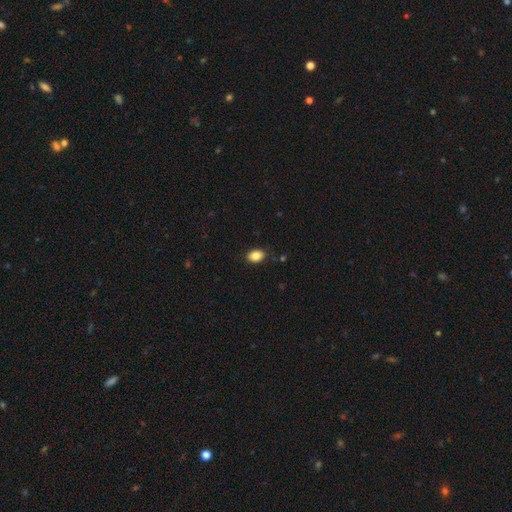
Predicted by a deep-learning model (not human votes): smooth 86%, star or artifact 8%, featured or disk 6%. Down the decision tree: how rounded — in between (80%); merging — none (85%).